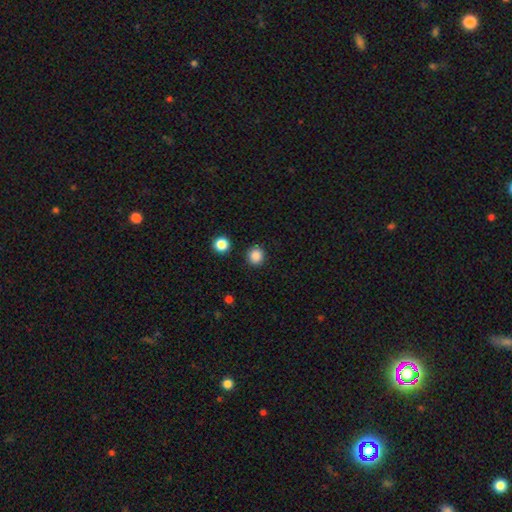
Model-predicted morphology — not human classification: smooth-or-featured: smooth: 86% | star or artifact: 11% | featured or disk: 3%
  how-rounded: round: 89% | in between: 10% | cigar-shaped: 1%
  merging: none: 90% | minor disturbance: 6% | major disturbance: 2% | merger: 2%